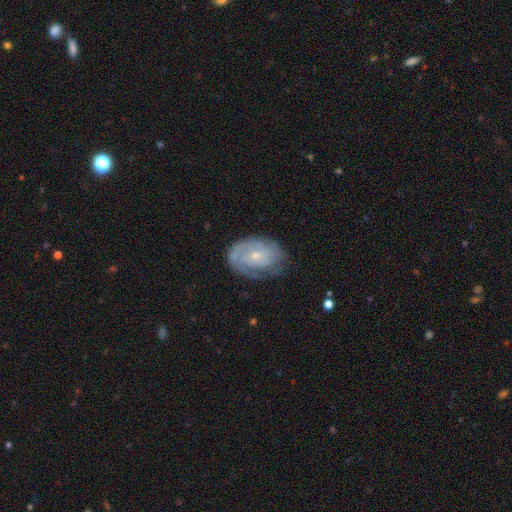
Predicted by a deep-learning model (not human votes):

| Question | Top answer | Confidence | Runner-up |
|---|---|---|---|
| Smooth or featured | featured or disk | 78% | smooth (16%) |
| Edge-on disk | no | 97% | yes (3%) |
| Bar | no | 73% | weak (23%) |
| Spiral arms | yes | 91% | no (9%) |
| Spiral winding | tight | 69% | medium (24%) |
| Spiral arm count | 2 | 37% | can't tell (36%) |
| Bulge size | small | 71% | moderate (25%) |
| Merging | none | 71% | minor disturbance (20%) |